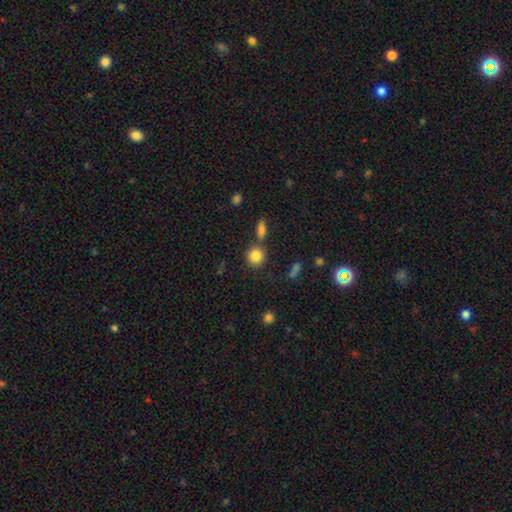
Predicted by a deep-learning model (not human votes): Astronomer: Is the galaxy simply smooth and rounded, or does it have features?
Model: smooth — 84%.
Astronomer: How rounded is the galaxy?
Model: round — 87%.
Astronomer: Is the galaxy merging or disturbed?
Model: none — 70%.